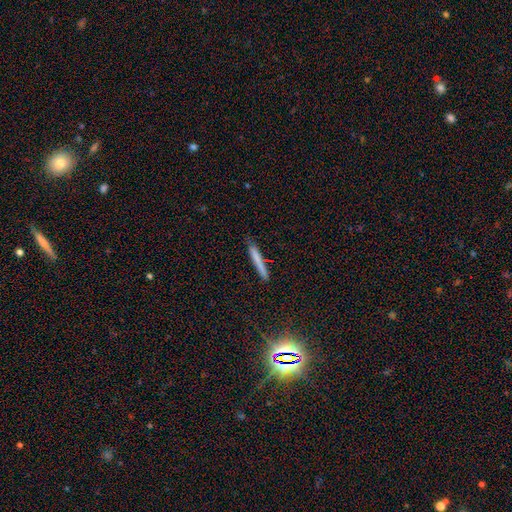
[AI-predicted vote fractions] smooth_or_featured: smooth (p=0.67) [alt: featured or disk p=0.22]
how_rounded: cigar-shaped (p=0.96) [alt: in between p=0.03]
merging: none (p=0.85) [alt: minor disturbance p=0.11]